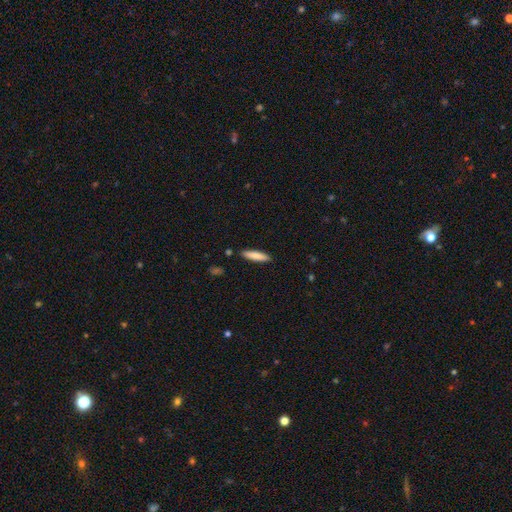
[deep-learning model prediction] Q: Smooth or featured?
A: smooth (81%); runner-up: featured or disk (14%)
Q: How rounded?
A: cigar-shaped (79%); runner-up: in between (20%)
Q: Merging?
A: none (89%); runner-up: minor disturbance (8%)